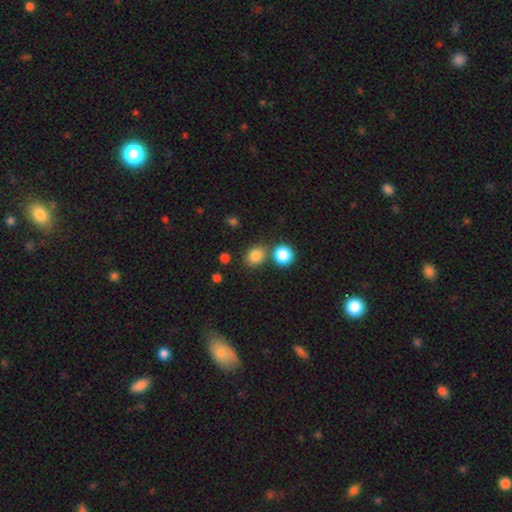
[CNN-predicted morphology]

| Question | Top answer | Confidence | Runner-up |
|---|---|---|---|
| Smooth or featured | smooth | 83% | star or artifact (12%) |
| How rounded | round | 62% | in between (37%) |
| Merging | none | 69% | merger (18%) |